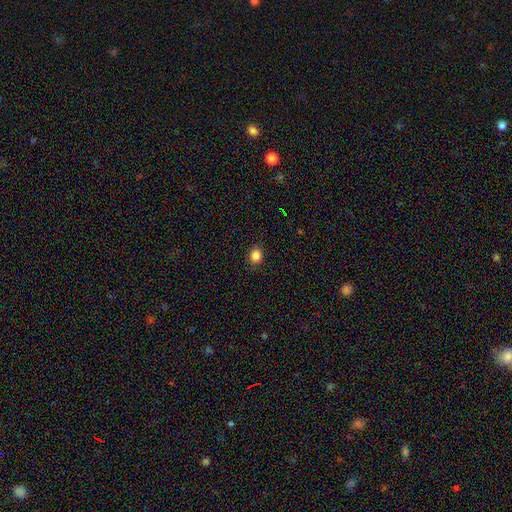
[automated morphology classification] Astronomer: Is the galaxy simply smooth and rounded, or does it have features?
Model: smooth — 84%.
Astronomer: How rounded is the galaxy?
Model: round — 70%.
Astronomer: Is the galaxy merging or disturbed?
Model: none — 89%.